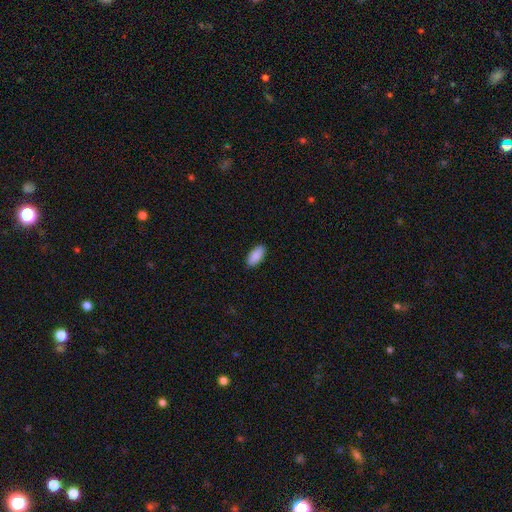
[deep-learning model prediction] smooth_or_featured: smooth (p=0.90) [alt: star or artifact p=0.06]
how_rounded: in between (p=0.92) [alt: cigar-shaped p=0.06]
merging: none (p=0.90) [alt: minor disturbance p=0.07]